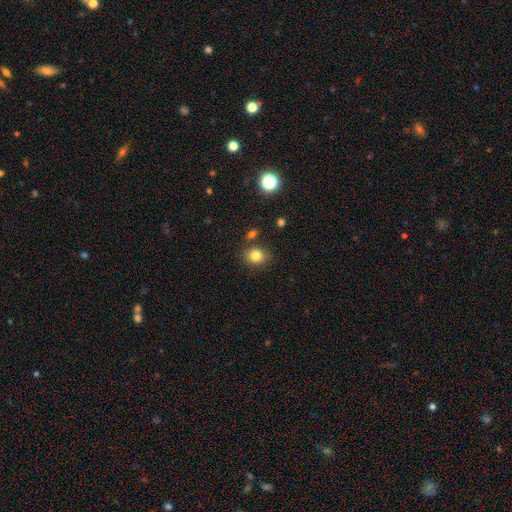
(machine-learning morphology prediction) A smooth galaxy with no disk features (82%) that is round (61%). Merging: none (79%).